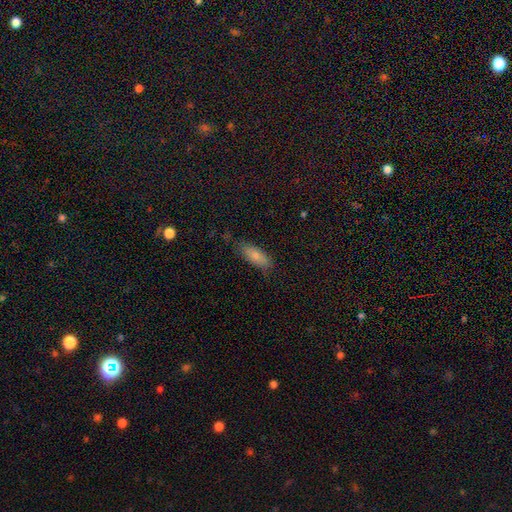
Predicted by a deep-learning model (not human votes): Smooth or featured?
  - smooth: 80% *
  - featured or disk: 13%
  - star or artifact: 7%
How rounded?
  - in between: 73% *
  - cigar-shaped: 25%
  - round: 2%
Merging?
  - none: 74% *
  - minor disturbance: 20%
  - major disturbance: 4%
  - merger: 2%